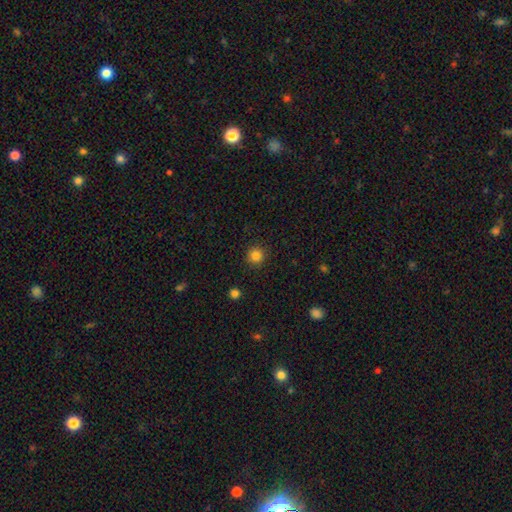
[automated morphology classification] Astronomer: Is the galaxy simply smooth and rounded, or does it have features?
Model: smooth — 84%.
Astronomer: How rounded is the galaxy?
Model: round — 93%.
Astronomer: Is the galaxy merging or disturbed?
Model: none — 90%.